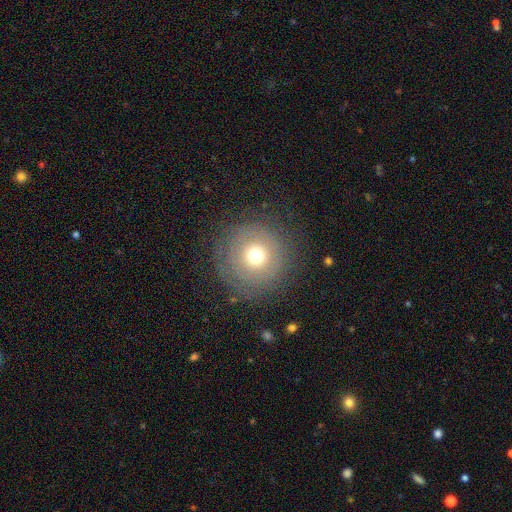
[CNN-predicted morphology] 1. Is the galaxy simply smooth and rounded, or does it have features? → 61% smooth, 25% featured or disk, 14% star or artifact.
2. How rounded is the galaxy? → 96% round, 3% in between, 1% cigar-shaped.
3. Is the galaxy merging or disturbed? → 82% none, 11% minor disturbance, 7% major disturbance, 1% merger.